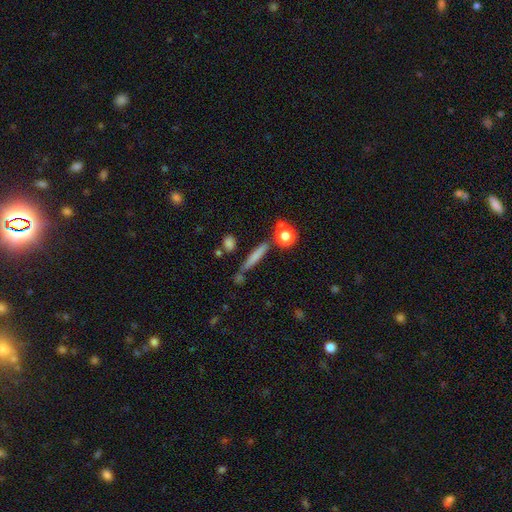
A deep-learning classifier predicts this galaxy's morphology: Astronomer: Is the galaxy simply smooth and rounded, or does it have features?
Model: smooth — 70%.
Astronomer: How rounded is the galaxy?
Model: cigar-shaped — 85%.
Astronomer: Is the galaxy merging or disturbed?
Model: none — 74%.